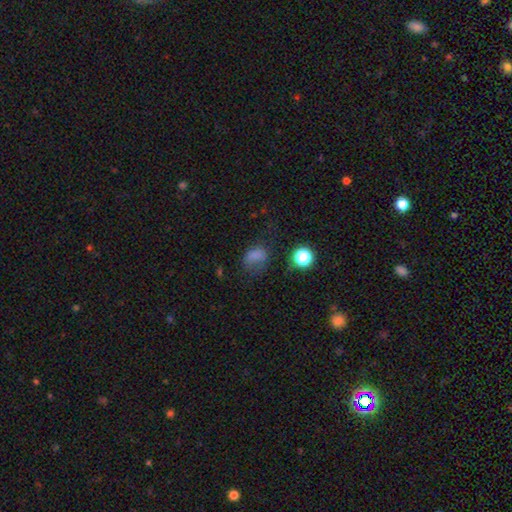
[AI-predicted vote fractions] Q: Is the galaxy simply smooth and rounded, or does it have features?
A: smooth — 71%.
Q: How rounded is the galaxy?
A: in between — 63%.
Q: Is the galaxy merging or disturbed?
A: none — 42%.